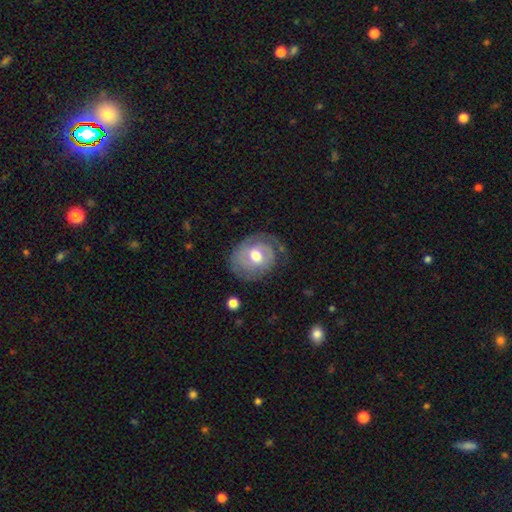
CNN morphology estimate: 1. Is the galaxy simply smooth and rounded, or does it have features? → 67% featured or disk, 27% smooth, 6% star or artifact.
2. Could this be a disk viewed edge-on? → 96% no, 4% yes.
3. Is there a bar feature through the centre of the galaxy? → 57% no, 35% weak, 8% strong.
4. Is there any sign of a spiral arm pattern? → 78% yes, 22% no.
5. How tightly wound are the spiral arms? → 59% tight, 28% medium, 13% loose.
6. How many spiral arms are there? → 37% 2, 31% 1, 25% can't tell, 4% 3, 2% 4, 2% more than 4.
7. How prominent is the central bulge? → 74% moderate, 14% large, 10% small, 1% dominant, 1% none.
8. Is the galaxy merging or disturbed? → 60% none, 23% minor disturbance, 15% major disturbance, 2% merger.